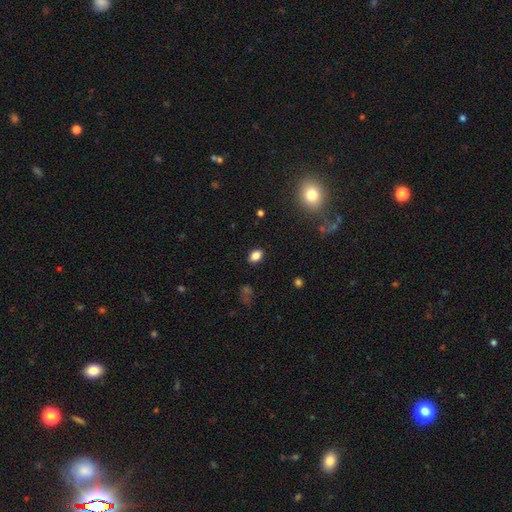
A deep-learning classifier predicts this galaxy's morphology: The model was most divided on "how rounded": in between: 83%, round: 16%, cigar-shaped: 2%. More confident: merging — none (88%); smooth or featured — smooth (84%).